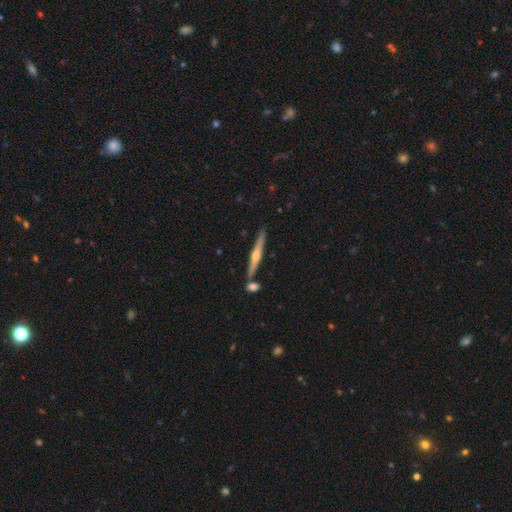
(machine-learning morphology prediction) type=featured or disk (72%); edge-on=yes (98%); edge-on bulge=rounded (87%); merging=none (83%).